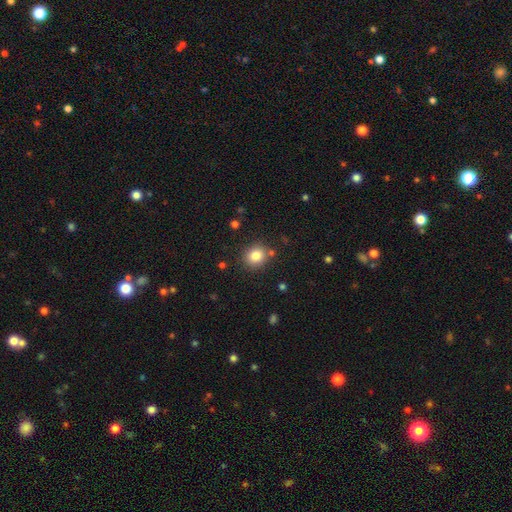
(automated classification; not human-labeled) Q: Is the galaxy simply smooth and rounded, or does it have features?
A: smooth — 82%.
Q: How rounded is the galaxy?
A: round — 78%.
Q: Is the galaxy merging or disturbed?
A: none — 84%.